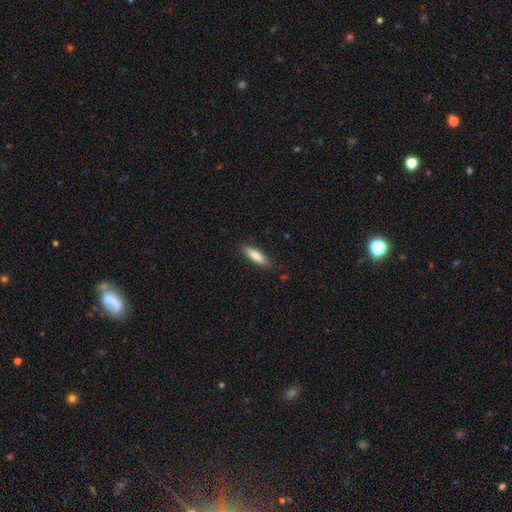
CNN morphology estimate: Q: Smooth or featured?
A: smooth (81%); runner-up: featured or disk (14%)
Q: How rounded?
A: cigar-shaped (64%); runner-up: in between (35%)
Q: Merging?
A: none (85%); runner-up: minor disturbance (11%)